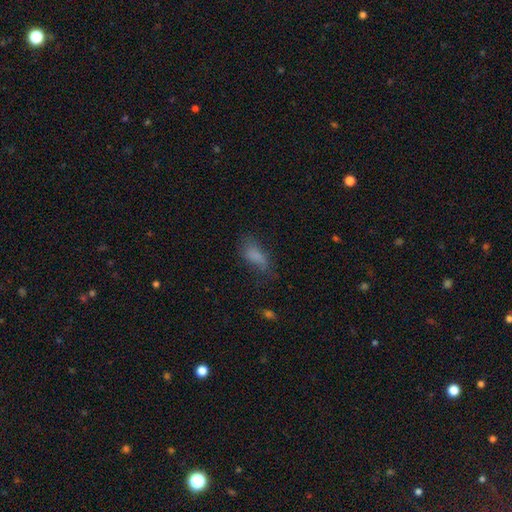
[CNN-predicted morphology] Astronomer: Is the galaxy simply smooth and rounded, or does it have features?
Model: smooth — 76%.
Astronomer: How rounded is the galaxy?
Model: in between — 83%.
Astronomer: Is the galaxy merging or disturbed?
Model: none — 49% (runner-up: minor disturbance, 29%).